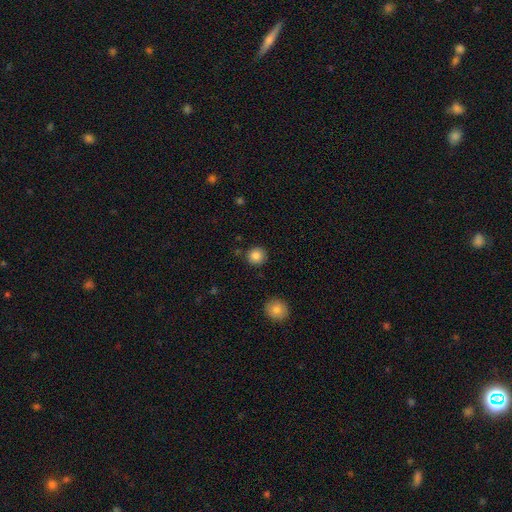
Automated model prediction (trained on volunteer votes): A smooth galaxy with no disk features (86%) that is round (93%).

Vote fractions:
- Smooth or featured? smooth: 86% / star or artifact: 10% / featured or disk: 5%
- How rounded? round: 93% / in between: 6% / cigar-shaped: 1%
- Merging? none: 89% / minor disturbance: 7% / merger: 2% / major disturbance: 2%